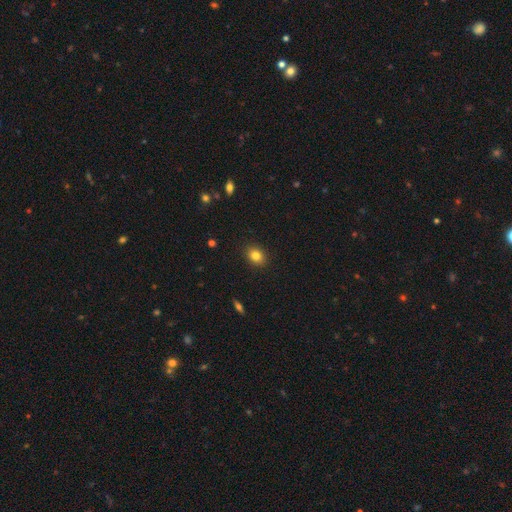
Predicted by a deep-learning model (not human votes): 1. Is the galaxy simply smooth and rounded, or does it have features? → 82% smooth, 11% star or artifact, 7% featured or disk.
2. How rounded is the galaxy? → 53% in between, 46% round, 1% cigar-shaped.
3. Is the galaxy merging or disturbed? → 90% none, 7% minor disturbance, 2% major disturbance, 1% merger.